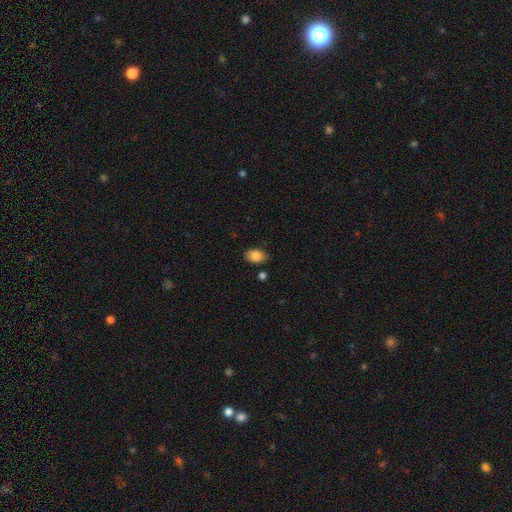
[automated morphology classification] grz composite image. It shows a smooth galaxy with no disk features (86%) that is in between round and cigar-shaped (83%). Merging: none (82%).